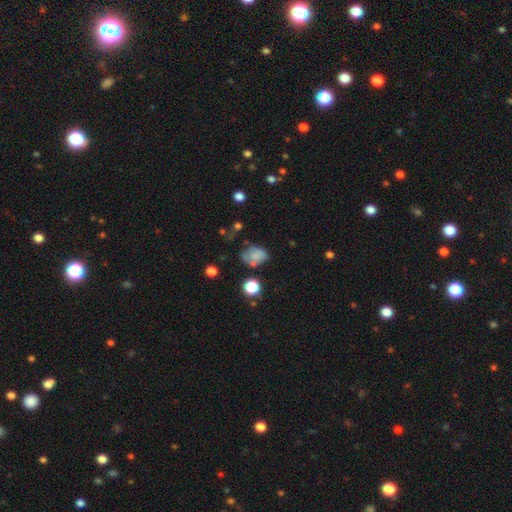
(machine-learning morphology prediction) Smooth or featured? Predicted: smooth (p=0.68). How rounded? Predicted: in between (p=0.66). Merging? Predicted: none (p=0.44).